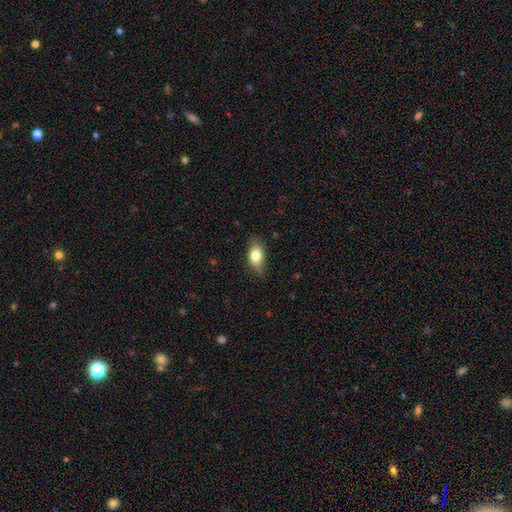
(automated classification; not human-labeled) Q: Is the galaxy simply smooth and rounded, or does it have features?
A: smooth — 76%.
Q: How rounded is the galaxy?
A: in between — 85%.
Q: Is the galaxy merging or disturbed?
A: none — 75%.